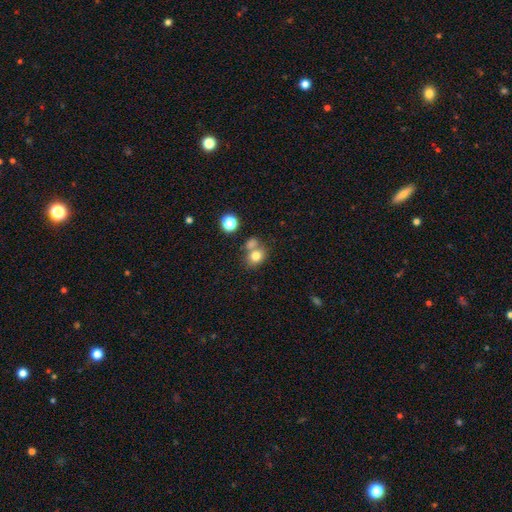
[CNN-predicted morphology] The model was most divided on "merging": none: 49%, merger: 34%, minor disturbance: 12%, major disturbance: 5%. More confident: smooth or featured — smooth (78%); how rounded — round (62%).